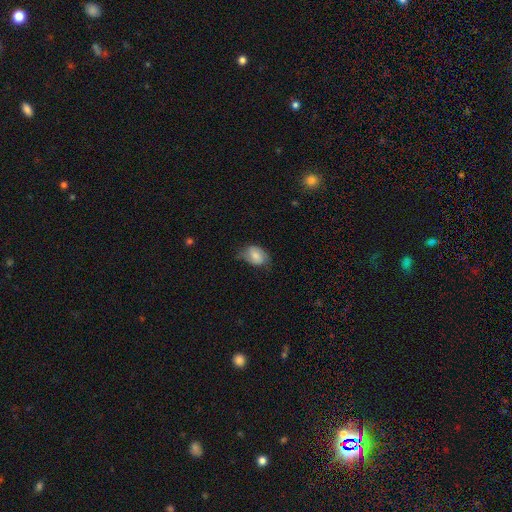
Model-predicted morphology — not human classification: Smooth or featured? smooth (69%)
How rounded? in between (79%)
Merging? none (51%)